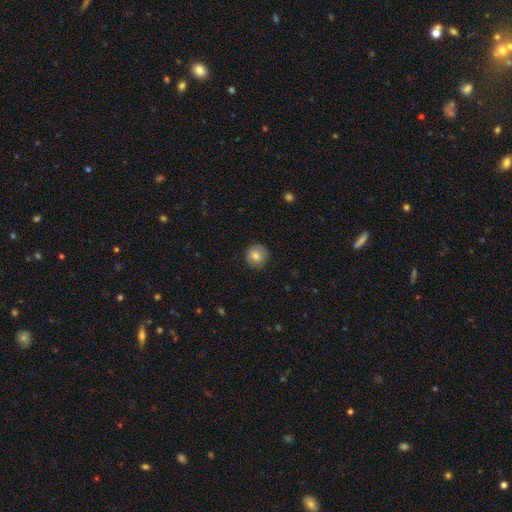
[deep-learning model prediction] smooth-or-featured: smooth: 79% | featured or disk: 13% | star or artifact: 8%
  how-rounded: round: 91% | in between: 8% | cigar-shaped: 1%
  merging: none: 86% | minor disturbance: 11% | major disturbance: 3% | merger: 1%